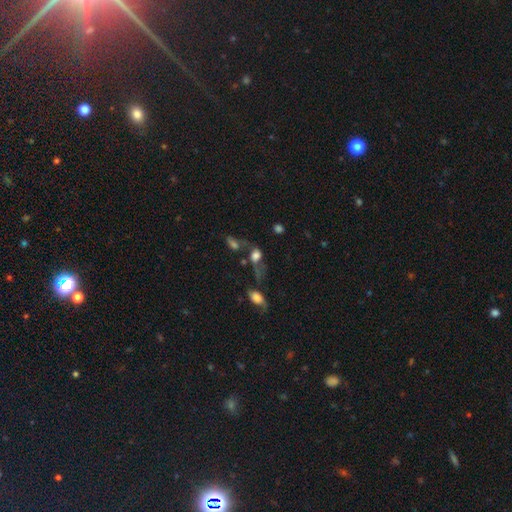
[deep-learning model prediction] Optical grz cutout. It shows a smooth galaxy with no disk features (61%) that is in between round and cigar-shaped (58%). Merging: merger (35%).